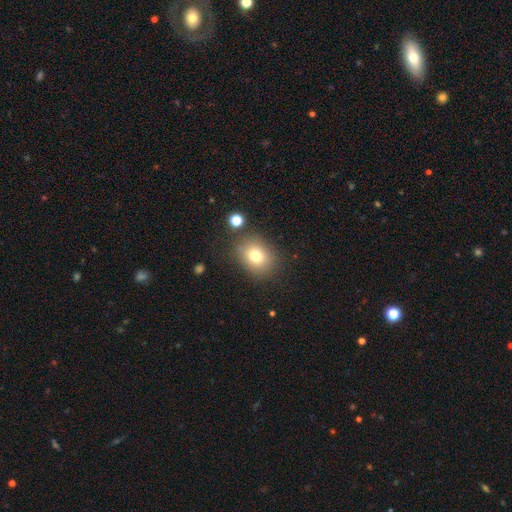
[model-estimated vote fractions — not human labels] The model was most divided on "how rounded": round: 55%, in between: 44%, cigar-shaped: 1%. More confident: merging — none (79%); smooth or featured — smooth (75%).